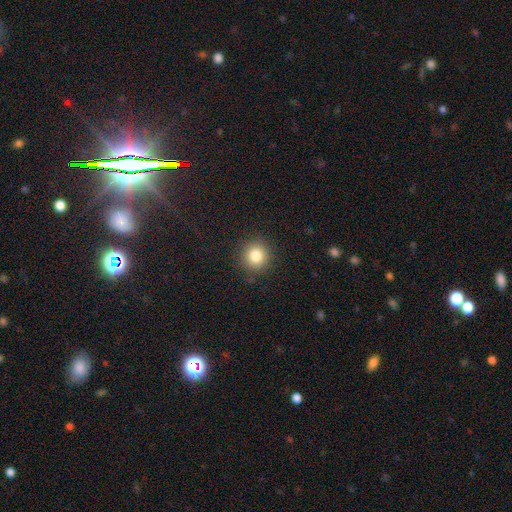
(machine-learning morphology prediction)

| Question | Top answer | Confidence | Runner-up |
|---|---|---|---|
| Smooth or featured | smooth | 82% | star or artifact (12%) |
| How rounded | round | 91% | in between (8%) |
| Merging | none | 89% | minor disturbance (7%) |